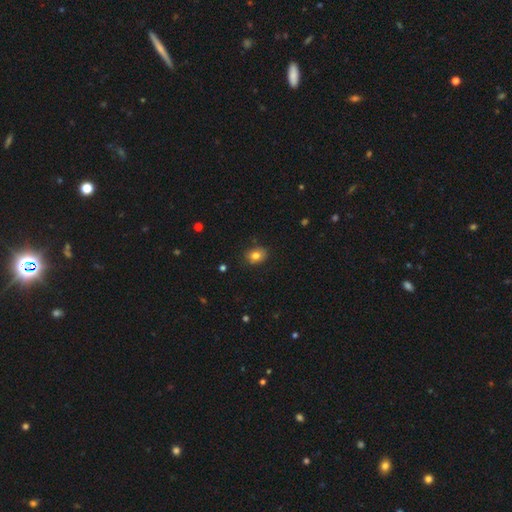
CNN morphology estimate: smooth 81%, star or artifact 10%, featured or disk 9%. Down the decision tree: how rounded — in between (50%); merging — none (84%).